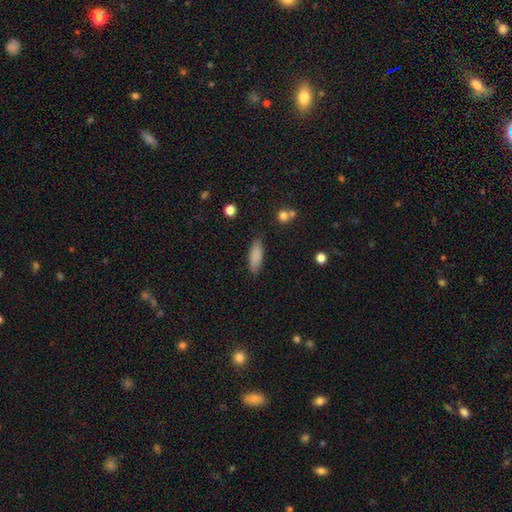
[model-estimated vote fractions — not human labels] Overall: smooth (86%). How rounded: in between (58%; cigar-shaped 40%). Merging: none (85%).